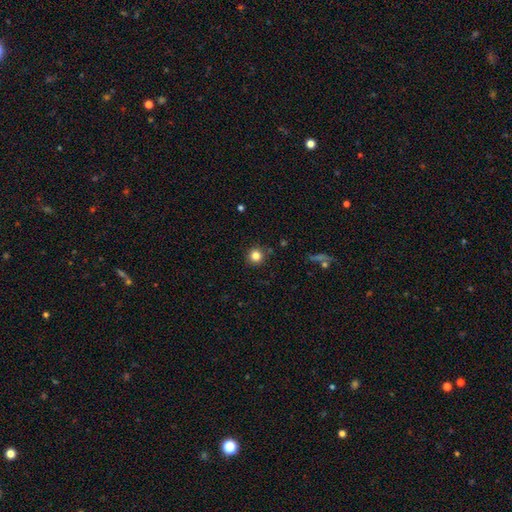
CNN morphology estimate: A smooth galaxy with no disk features (83%) that is round (95%).

Vote fractions:
- Smooth or featured? smooth: 83% / star or artifact: 12% / featured or disk: 5%
- How rounded? round: 95% / in between: 4% / cigar-shaped: 1%
- Merging? none: 89% / minor disturbance: 7% / major disturbance: 2% / merger: 2%